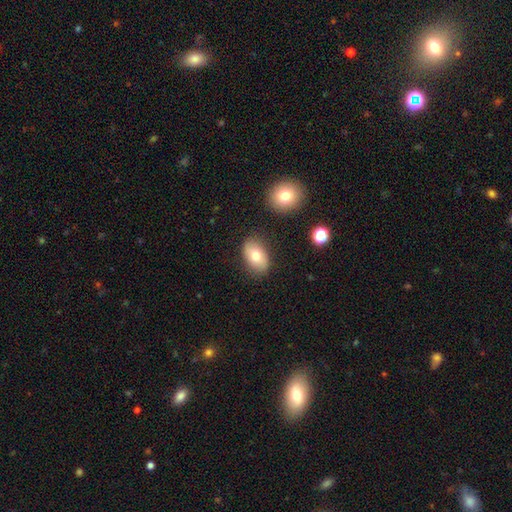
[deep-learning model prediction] A smooth galaxy with no disk features (74%) that is in between round and cigar-shaped (87%). Merging: none (81%).